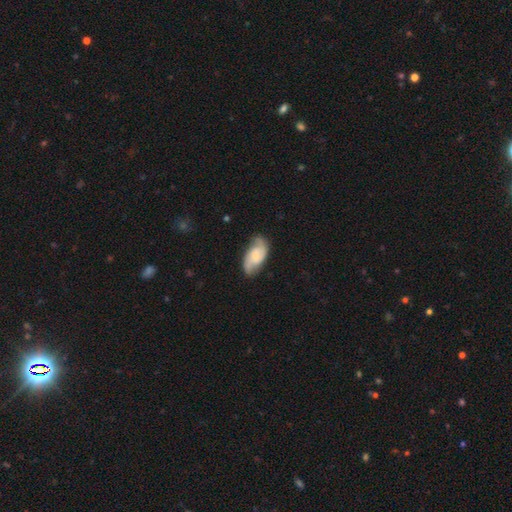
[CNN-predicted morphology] type=featured or disk (63%); edge-on=no (95%); bar=no (53%); spiral arms=yes (92%); winding=medium (46%); arm count=2 (86%); bulge=small (48%); merging=none (70%).